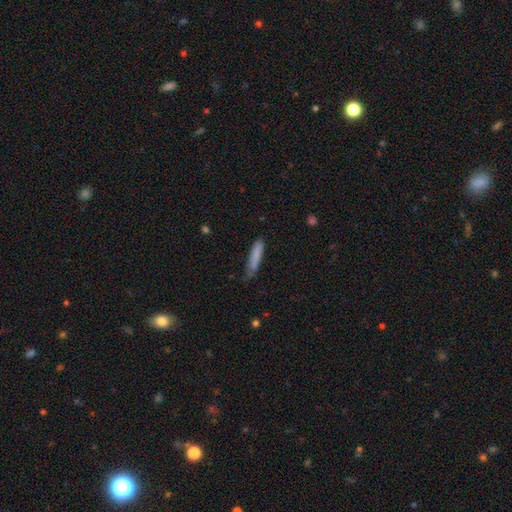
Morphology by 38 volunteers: Q: Smooth or featured?
A: smooth (82%); runner-up: featured or disk (16%)
Q: How rounded?
A: cigar-shaped (97%); runner-up: round (3%)
Q: Merging?
A: none (59%); runner-up: minor disturbance (35%)